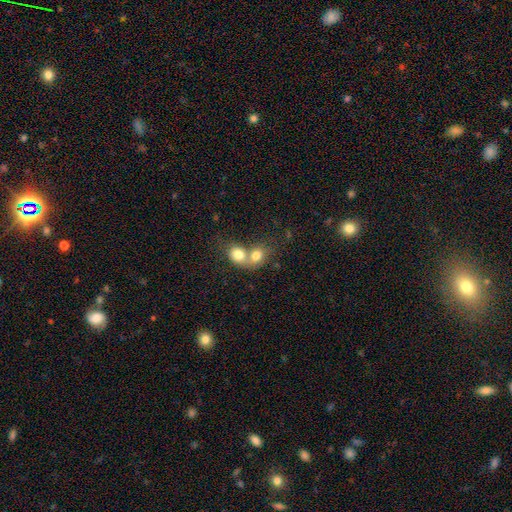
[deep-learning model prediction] Morphology: type=smooth (76%); roundness=round (55%); merging=merger (70%).